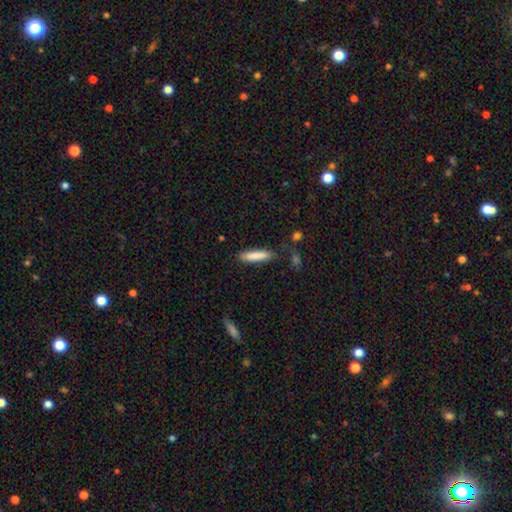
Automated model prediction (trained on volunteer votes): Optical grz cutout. It shows a smooth galaxy with no disk features (84%) that is cigar-shaped (82%). Merging: none (83%).